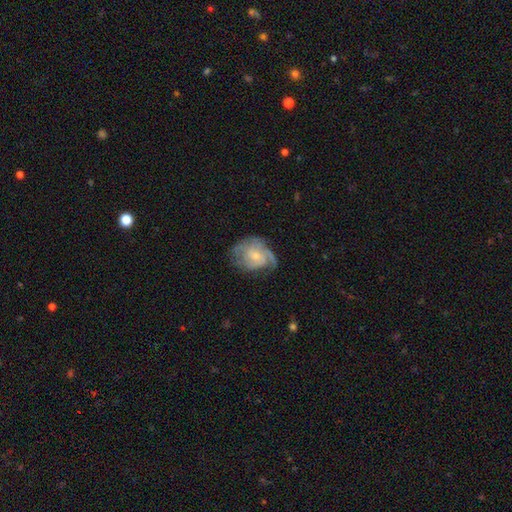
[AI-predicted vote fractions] Smooth or featured: featured or disk — 71% (smooth — 22%)
Edge-on disk: no — 97% (yes — 3%)
Bar: no — 69% (weak — 27%)
Spiral arms: yes — 87% (no — 13%)
Spiral winding: tight — 43% (medium — 38%)
Spiral arm count: 2 — 32% (can't tell — 29%)
Bulge size: small — 66% (moderate — 27%)
Merging: none — 49% (minor disturbance — 27%)